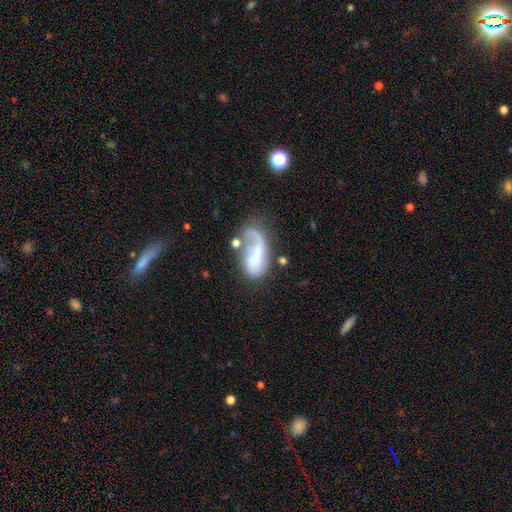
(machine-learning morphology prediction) featured or disk 55%, smooth 36%, star or artifact 9%. Down the decision tree: edge-on disk — no (96%); bar — no (49%); spiral arms — yes (71%); bulge size — none (47%); merging — major disturbance (35%).